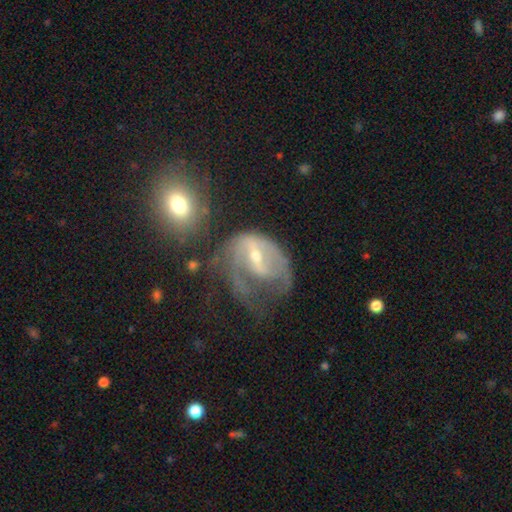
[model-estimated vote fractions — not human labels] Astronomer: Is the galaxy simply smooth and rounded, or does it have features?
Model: featured or disk — 75%.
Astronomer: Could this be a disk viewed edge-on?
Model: no — 96%.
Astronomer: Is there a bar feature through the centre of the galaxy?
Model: weak — 44% (runner-up: strong, 28%).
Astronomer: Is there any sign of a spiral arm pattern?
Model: yes — 76%.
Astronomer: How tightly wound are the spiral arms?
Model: medium — 40% (runner-up: tight, 33%).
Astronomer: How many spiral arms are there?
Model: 2 — 34% (runner-up: 1, 31%).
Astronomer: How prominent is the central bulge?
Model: small — 54% (runner-up: moderate, 40%).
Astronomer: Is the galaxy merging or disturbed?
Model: major disturbance — 50%.